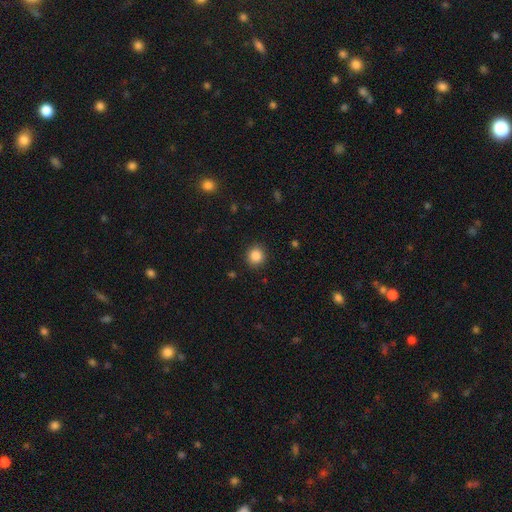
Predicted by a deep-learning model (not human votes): Morphology: type=smooth (86%); roundness=round (90%); merging=none (90%).